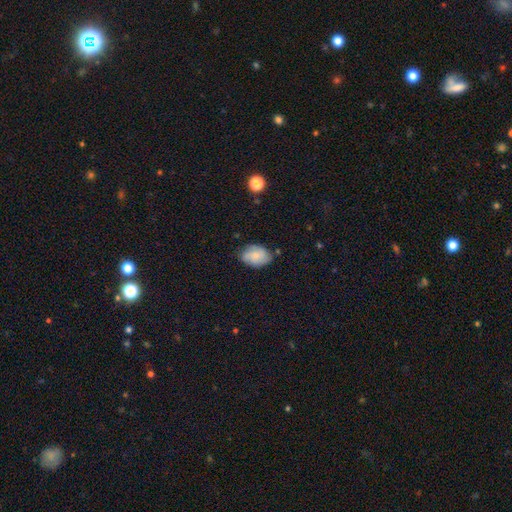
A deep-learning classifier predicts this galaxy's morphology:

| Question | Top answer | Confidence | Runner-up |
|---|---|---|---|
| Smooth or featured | smooth | 53% | featured or disk (39%) |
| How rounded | in between | 82% | round (17%) |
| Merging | none | 70% | minor disturbance (23%) |